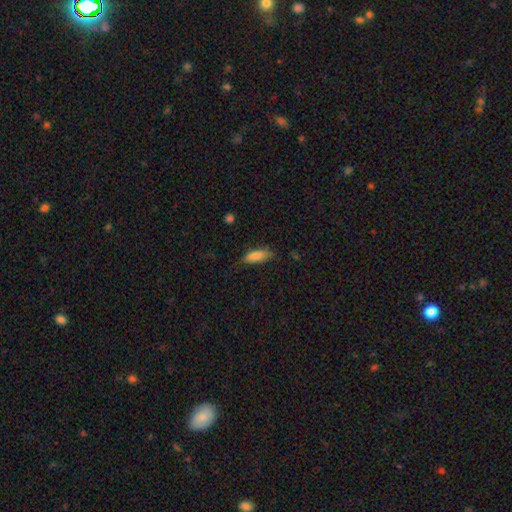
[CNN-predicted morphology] smooth-or-featured: smooth: 82% | featured or disk: 11% | star or artifact: 7%
  how-rounded: in between: 68% | cigar-shaped: 30% | round: 2%
  merging: none: 70% | minor disturbance: 23% | major disturbance: 5% | merger: 2%